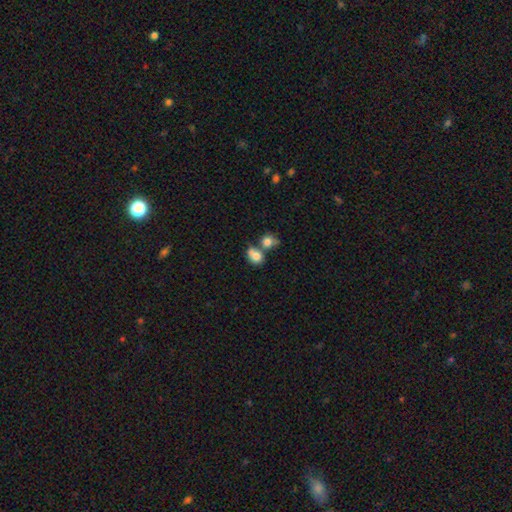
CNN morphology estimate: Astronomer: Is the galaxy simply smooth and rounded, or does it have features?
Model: smooth — 77%.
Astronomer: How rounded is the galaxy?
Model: round — 59% (runner-up: in between, 39%).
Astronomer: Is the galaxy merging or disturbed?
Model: merger — 57%.